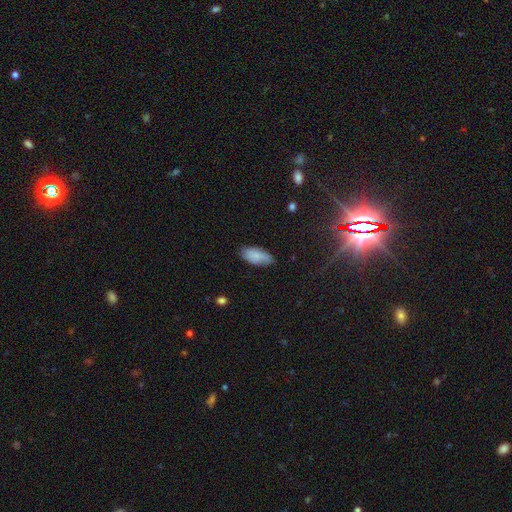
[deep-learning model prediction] This appears to be a smooth galaxy with no disk features (83%) that is in between round and cigar-shaped (87%). Merging: none (77%).